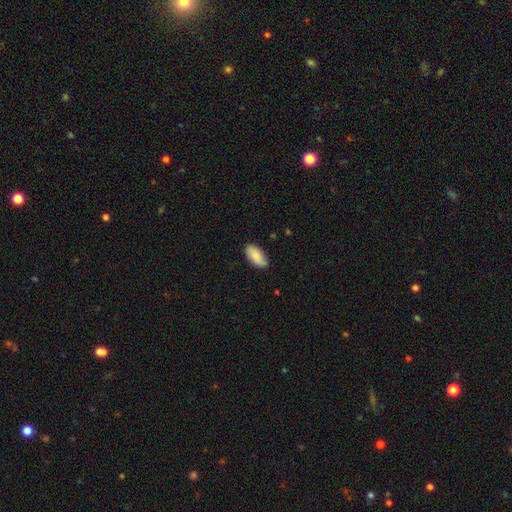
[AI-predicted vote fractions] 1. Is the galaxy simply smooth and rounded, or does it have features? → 85% smooth, 9% featured or disk, 6% star or artifact.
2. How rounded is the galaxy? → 93% in between, 5% cigar-shaped, 2% round.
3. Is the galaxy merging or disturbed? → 81% none, 15% minor disturbance, 2% major disturbance, 1% merger.